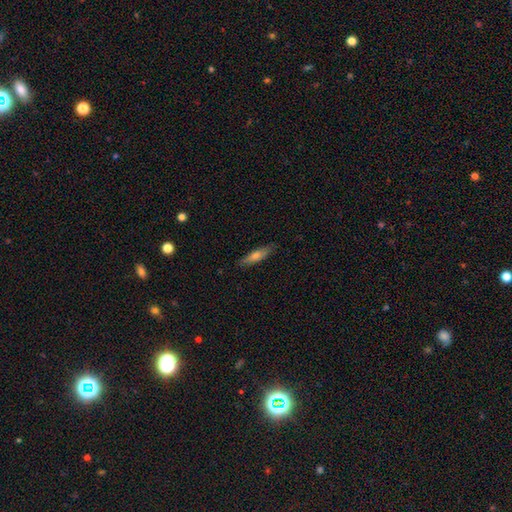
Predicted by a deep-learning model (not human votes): Overall: smooth (59%; featured or disk 34%). How rounded: cigar-shaped (73%). Merging: none (86%).